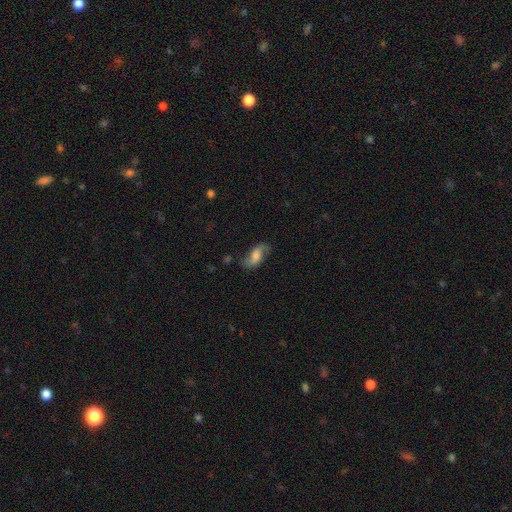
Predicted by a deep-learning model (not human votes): Q: Smooth or featured?
A: featured or disk (56%); runner-up: smooth (36%)
Q: Edge-on disk?
A: no (93%); runner-up: yes (7%)
Q: Bar?
A: no (48%); runner-up: weak (39%)
Q: Spiral arms?
A: yes (89%); runner-up: no (11%)
Q: Bulge size?
A: moderate (41%); runner-up: small (25%)
Q: Merging?
A: none (69%); runner-up: minor disturbance (20%)